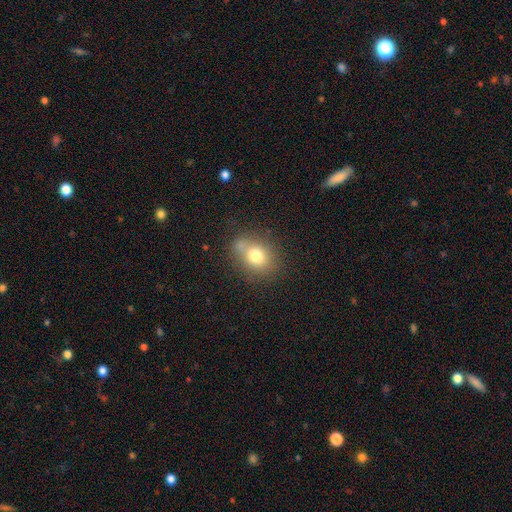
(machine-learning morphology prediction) type=smooth (75%); roundness=in between (56%); merging=none (62%).